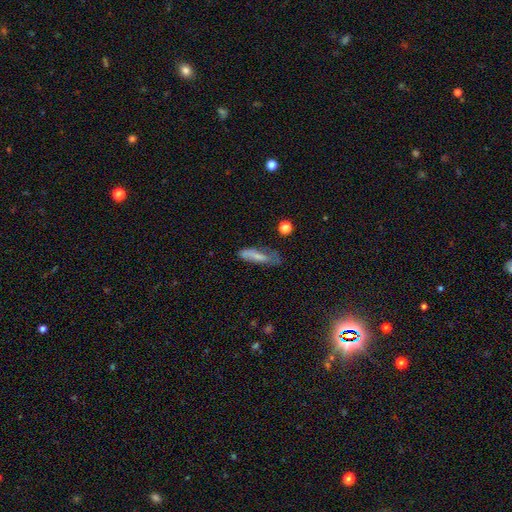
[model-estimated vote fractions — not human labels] Morphology: type=smooth (62%); roundness=cigar-shaped (66%); merging=none (49%).